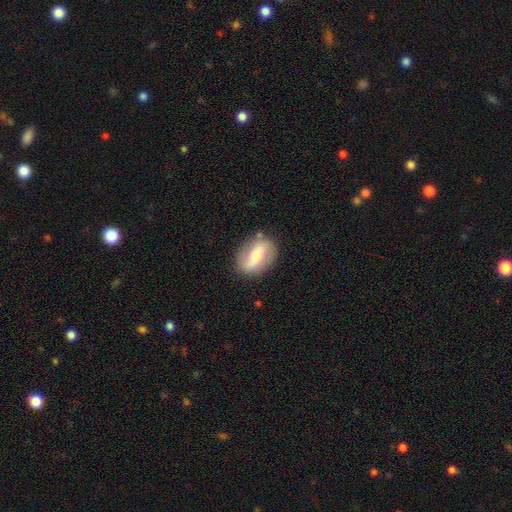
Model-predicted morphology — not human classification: A featured or disk galaxy (52%). Merging: none (79%).